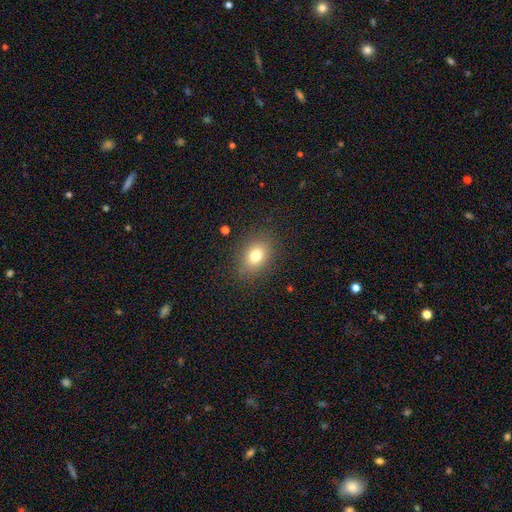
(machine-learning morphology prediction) Smooth or featured? smooth (76%)
How rounded? in between (66%)
Merging? none (85%)